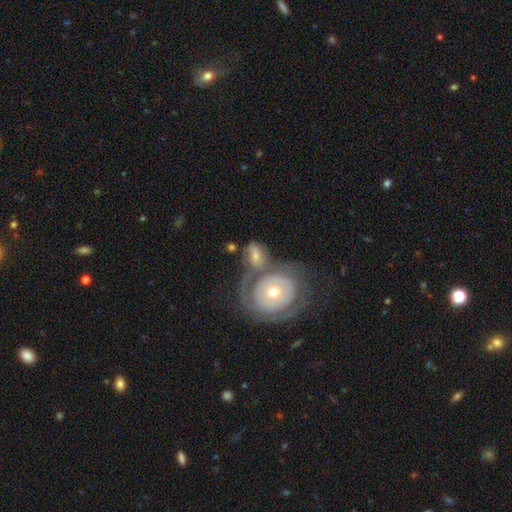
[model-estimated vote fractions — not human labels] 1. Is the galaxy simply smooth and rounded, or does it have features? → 57% featured or disk, 37% smooth, 6% star or artifact.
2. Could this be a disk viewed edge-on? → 96% no, 4% yes.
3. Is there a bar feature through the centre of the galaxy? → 73% no, 19% weak, 8% strong.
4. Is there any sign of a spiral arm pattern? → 62% yes, 38% no.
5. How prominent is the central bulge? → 48% moderate, 46% small, 3% large, 2% none, 1% dominant.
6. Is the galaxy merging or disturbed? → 44% merger, 31% none, 14% minor disturbance, 11% major disturbance.